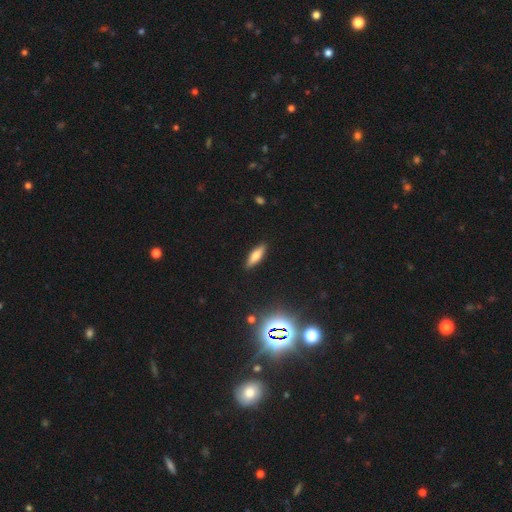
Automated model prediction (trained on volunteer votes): Smooth or featured: smooth — 69% (featured or disk — 21%)
How rounded: in between — 50% (cigar-shaped — 48%)
Merging: none — 89% (minor disturbance — 8%)